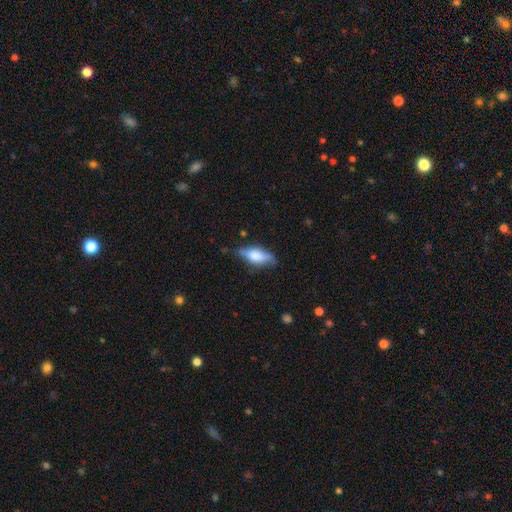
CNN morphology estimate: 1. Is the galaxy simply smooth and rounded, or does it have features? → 54% smooth, 39% featured or disk, 7% star or artifact.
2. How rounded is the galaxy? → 67% in between, 30% cigar-shaped, 3% round.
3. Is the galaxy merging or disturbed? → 70% none, 23% minor disturbance, 5% major disturbance, 2% merger.